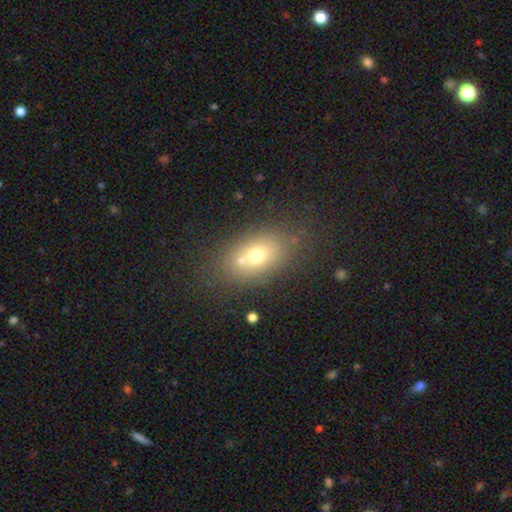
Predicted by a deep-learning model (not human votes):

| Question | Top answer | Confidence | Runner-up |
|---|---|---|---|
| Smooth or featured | smooth | 68% | featured or disk (20%) |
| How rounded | in between | 79% | round (18%) |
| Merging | none | 58% | merger (24%) |